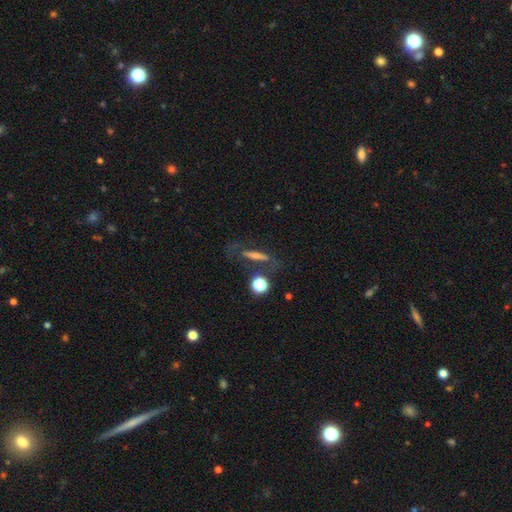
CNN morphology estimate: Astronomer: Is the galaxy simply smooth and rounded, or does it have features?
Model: featured or disk — 43% (runner-up: smooth, 34%).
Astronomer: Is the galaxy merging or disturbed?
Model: none — 62%.